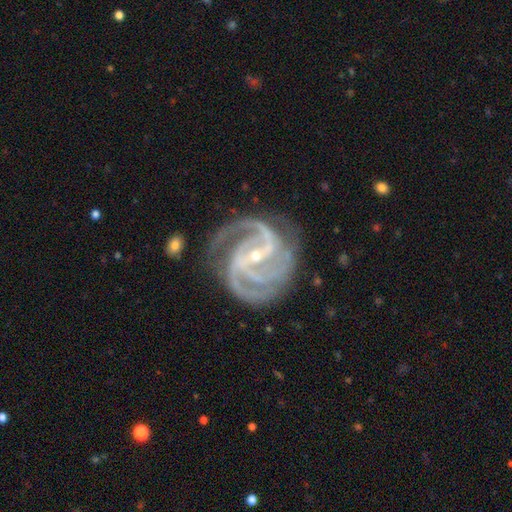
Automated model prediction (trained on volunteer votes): Morphology: type=featured or disk (94%); edge-on=no (98%); bar=strong (53%); spiral arms=yes (99%); winding=tight (48%); arm count=3 (50%); bulge=small (74%); merging=none (74%).